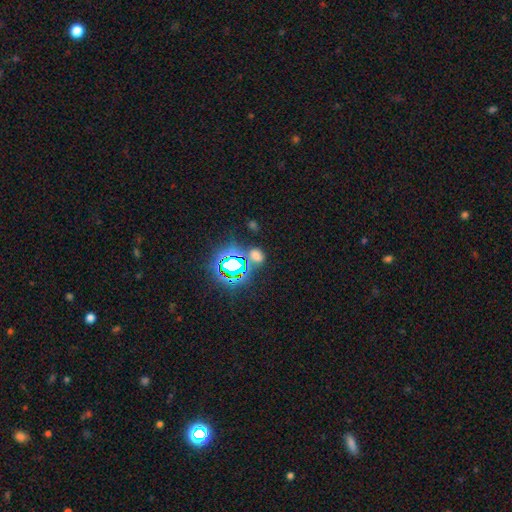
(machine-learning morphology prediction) Q: Smooth or featured?
A: star or artifact (47%); runner-up: smooth (45%)